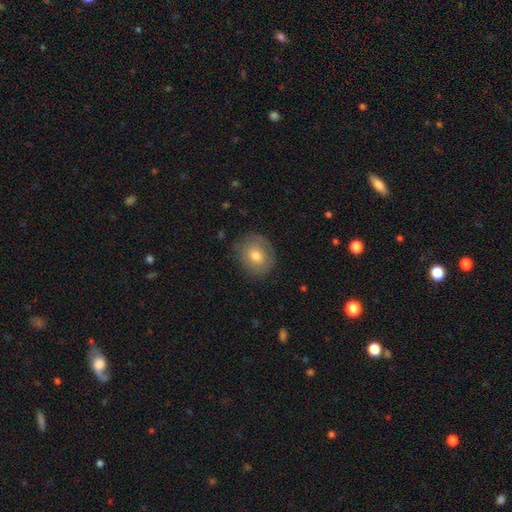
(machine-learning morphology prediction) A smooth galaxy with no disk features (71%) that is round (66%). Merging: none (80%).